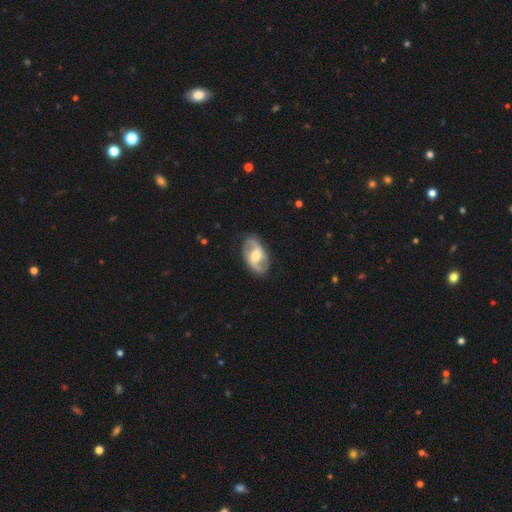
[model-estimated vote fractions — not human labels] smooth_or_featured: featured or disk (p=0.80) [alt: smooth p=0.15]
disk_edge_on: no (p=0.96) [alt: yes p=0.04]
bar: weak (p=0.46) [alt: no p=0.28]
has_spiral_arms: yes (p=0.92) [alt: no p=0.08]
spiral_winding: medium (p=0.43) [alt: loose p=0.40]
spiral_arm_count: 2 (p=0.91) [alt: can't tell p=0.04]
bulge_size: moderate (p=0.61) [alt: small p=0.24]
merging: none (p=0.83) [alt: minor disturbance p=0.12]